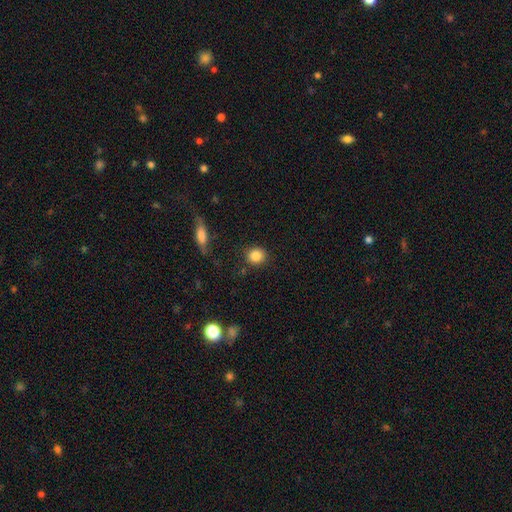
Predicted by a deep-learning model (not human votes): Smooth or featured? smooth (86%)
How rounded? round (83%)
Merging? none (88%)